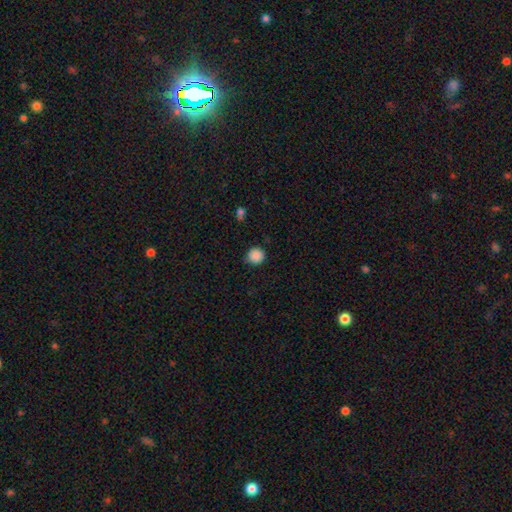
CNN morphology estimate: smooth-or-featured: smooth: 88% | star or artifact: 10% | featured or disk: 3%
  how-rounded: round: 94% | in between: 5% | cigar-shaped: 1%
  merging: none: 86% | minor disturbance: 10% | major disturbance: 2% | merger: 1%